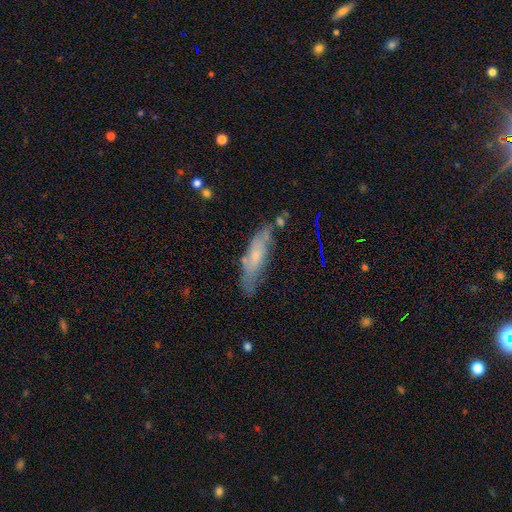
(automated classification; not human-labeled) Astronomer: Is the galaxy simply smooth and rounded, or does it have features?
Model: smooth — 49% (runner-up: featured or disk, 43%).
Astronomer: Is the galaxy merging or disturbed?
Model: none — 64%.